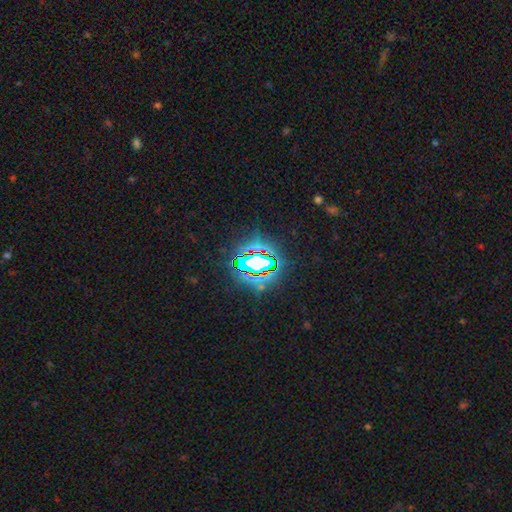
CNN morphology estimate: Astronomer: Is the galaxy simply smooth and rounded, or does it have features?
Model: star or artifact — 72%.